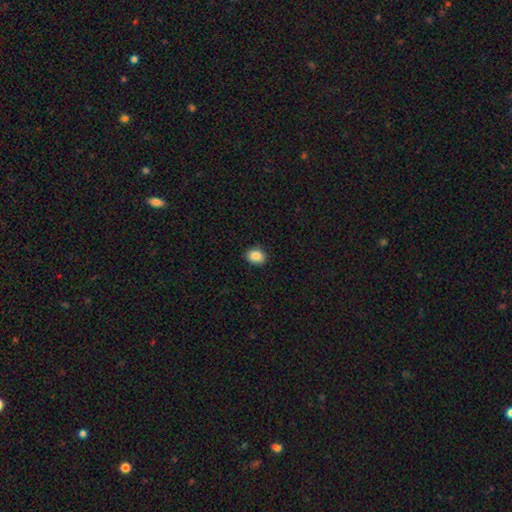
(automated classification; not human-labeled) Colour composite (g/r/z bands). It shows a smooth galaxy with no disk features (87%) that is in between round and cigar-shaped (51%). Merging: none (88%).